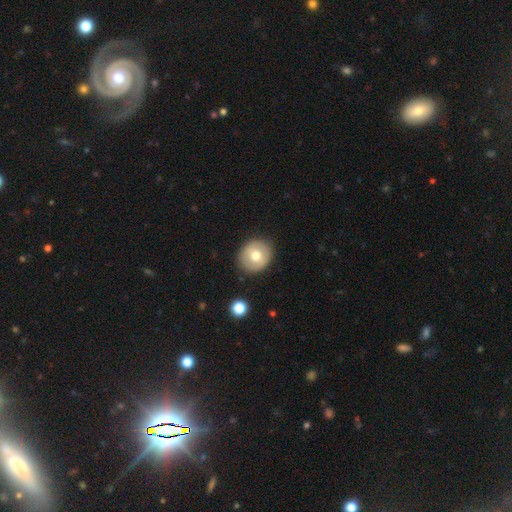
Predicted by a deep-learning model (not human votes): A smooth galaxy with no disk features (66%) that is round (79%). Merging: none (87%).